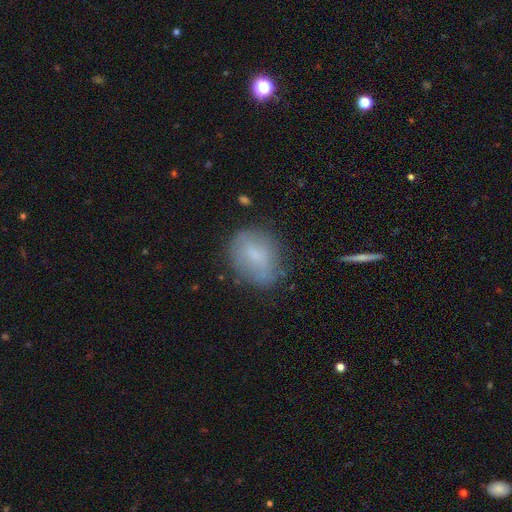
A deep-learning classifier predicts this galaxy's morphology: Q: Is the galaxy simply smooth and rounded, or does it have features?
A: smooth — 64%.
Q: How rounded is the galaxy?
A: in between — 61%.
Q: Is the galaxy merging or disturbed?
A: none — 68%.